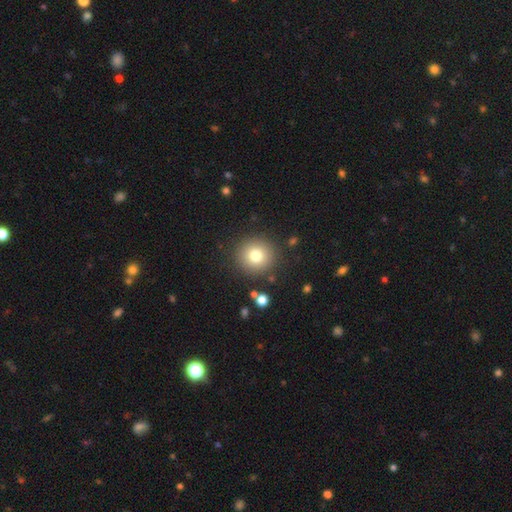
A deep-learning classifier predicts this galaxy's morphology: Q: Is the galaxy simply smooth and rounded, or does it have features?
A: smooth — 77%.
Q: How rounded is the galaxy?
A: round — 94%.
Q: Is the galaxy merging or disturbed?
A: none — 88%.